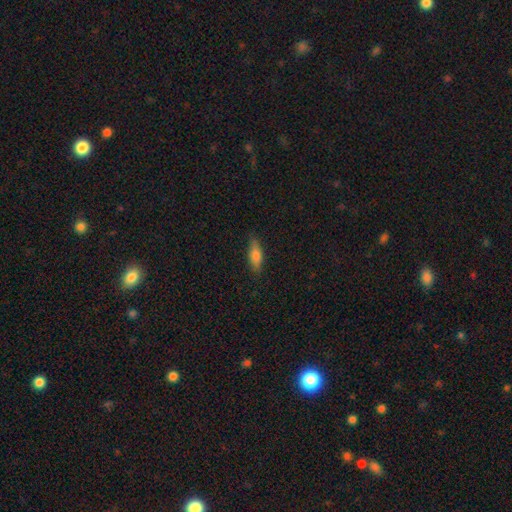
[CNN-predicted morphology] Smooth or featured?
  - smooth: 73% *
  - featured or disk: 20%
  - star or artifact: 7%
How rounded?
  - in between: 54% *
  - cigar-shaped: 43%
  - round: 2%
Merging?
  - none: 84% *
  - minor disturbance: 12%
  - major disturbance: 2%
  - merger: 1%